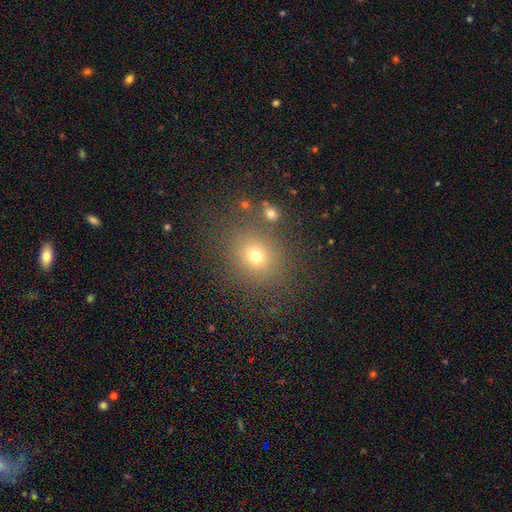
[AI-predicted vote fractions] Morphology: type=smooth (70%); roundness=round (71%); merging=none (81%).